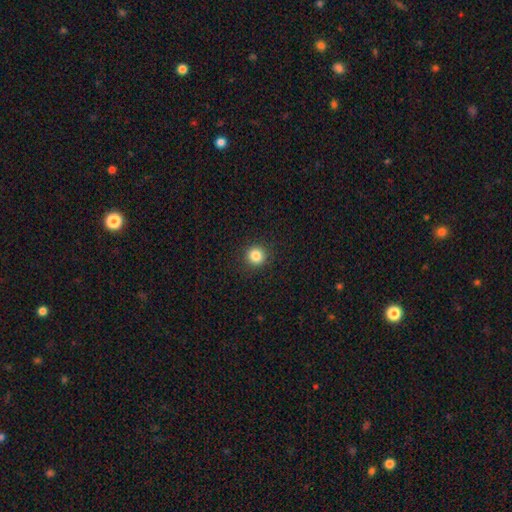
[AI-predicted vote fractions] This is clearly a smooth galaxy (85%). How rounded: clearly round (92%). Merging: clearly none (91%).